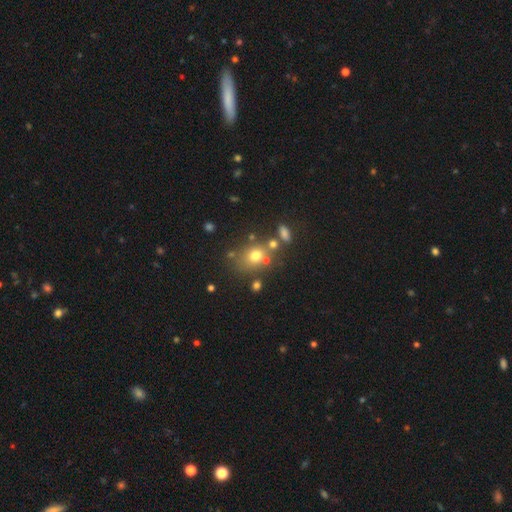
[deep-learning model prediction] This is likely a smooth galaxy (69%). How rounded: possibly round (54%). Merging: likely none (61%).